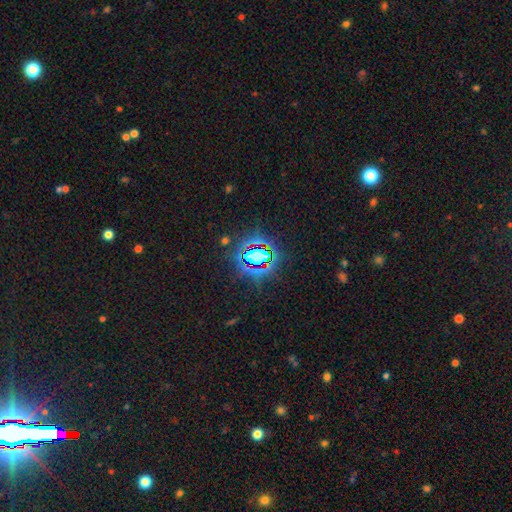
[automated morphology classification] The model was most divided on "smooth or featured": star or artifact: 72%, smooth: 16%, featured or disk: 11%.